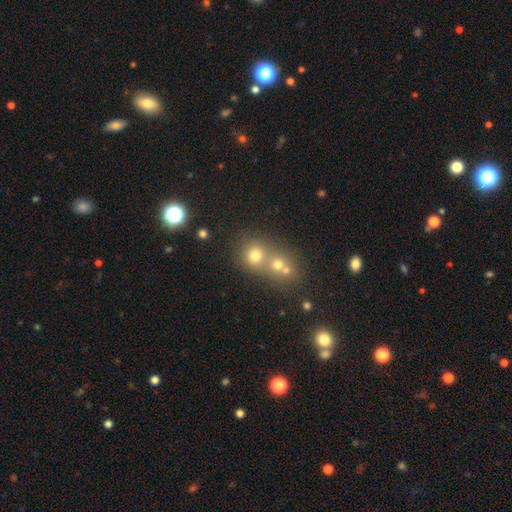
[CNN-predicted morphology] Q: Smooth or featured?
A: smooth (68%); runner-up: star or artifact (19%)
Q: How rounded?
A: round (82%); runner-up: in between (17%)
Q: Merging?
A: merger (49%); runner-up: none (41%)